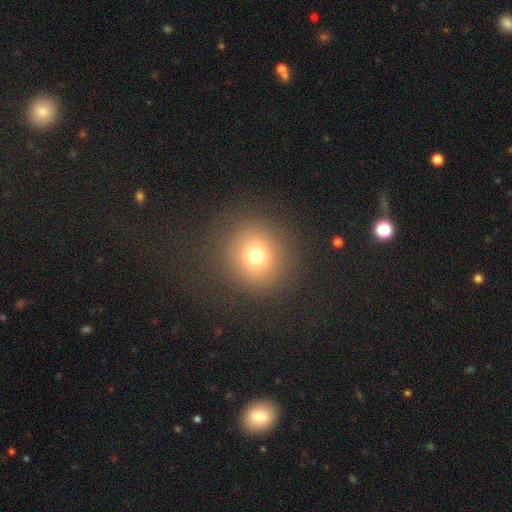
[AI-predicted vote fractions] This is likely a smooth galaxy (72%). How rounded: clearly round (91%). Merging: clearly none (87%).